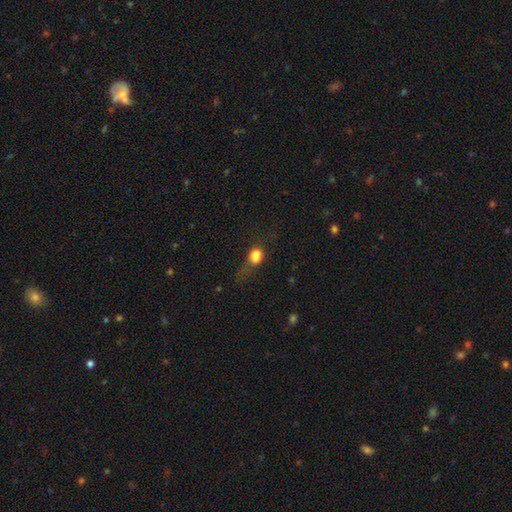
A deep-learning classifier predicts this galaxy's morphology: Smooth or featured?
  - smooth: 77% *
  - star or artifact: 12%
  - featured or disk: 10%
How rounded?
  - in between: 52% *
  - round: 43%
  - cigar-shaped: 5%
Merging?
  - none: 34% * (tied)
  - major disturbance: 34% * (tied)
  - minor disturbance: 25%
  - merger: 7%